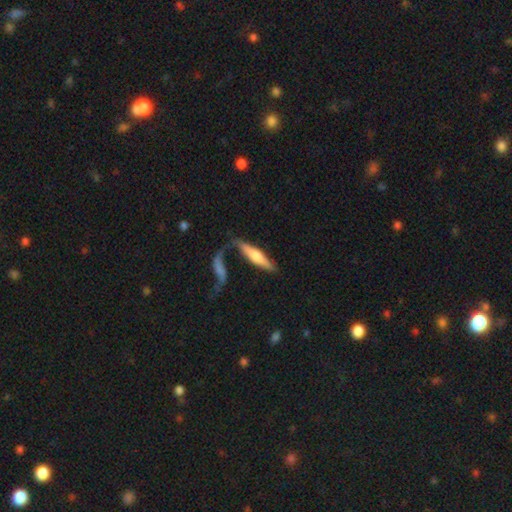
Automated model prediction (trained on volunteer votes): Smooth or featured?
  - smooth: 50% *
  - featured or disk: 44%
  - star or artifact: 6%
Merging?
  - none: 45% *
  - merger: 24%
  - minor disturbance: 18%
  - major disturbance: 14%